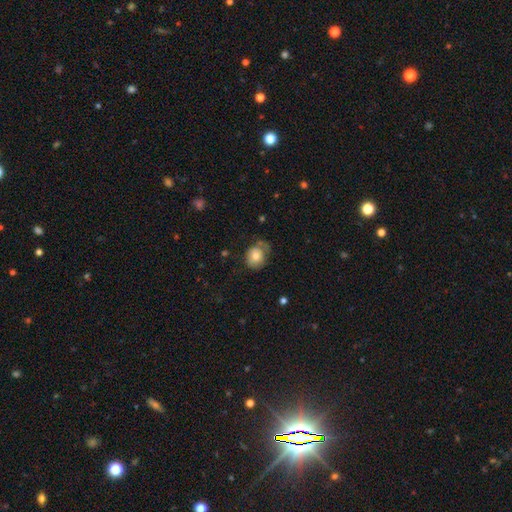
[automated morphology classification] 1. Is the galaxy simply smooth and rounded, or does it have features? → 68% smooth, 24% featured or disk, 8% star or artifact.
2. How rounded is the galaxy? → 58% round, 41% in between, 1% cigar-shaped.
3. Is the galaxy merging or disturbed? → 44% none, 32% minor disturbance, 22% major disturbance, 3% merger.